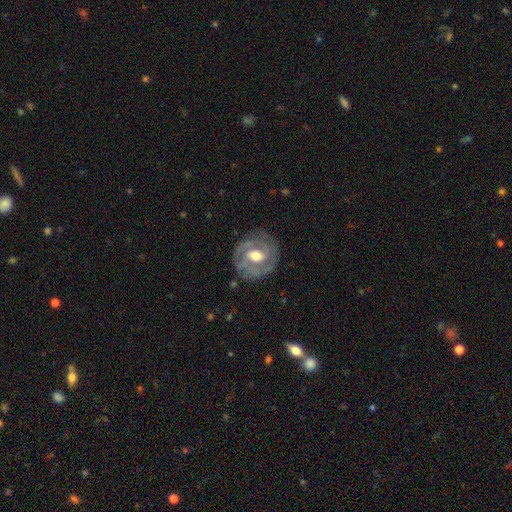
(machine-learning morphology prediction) The model was most divided on "bar": weak: 44%, no: 37%, strong: 19%. More confident: edge-on disk — no (96%); merging — none (77%); bulge size — moderate (74%); smooth or featured — featured or disk (74%); spiral arms — yes (73%); spiral winding — tight (58%); spiral arm count — 2 (52%).